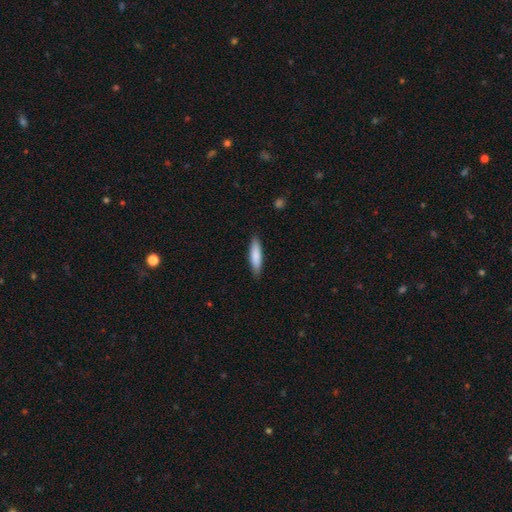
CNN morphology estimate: A smooth galaxy with no disk features (83%) that is cigar-shaped (75%).

Vote fractions:
- Smooth or featured? smooth: 83% / featured or disk: 12% / star or artifact: 6%
- How rounded? cigar-shaped: 75% / in between: 24% / round: 1%
- Merging? none: 88% / minor disturbance: 9% / major disturbance: 2% / merger: 1%